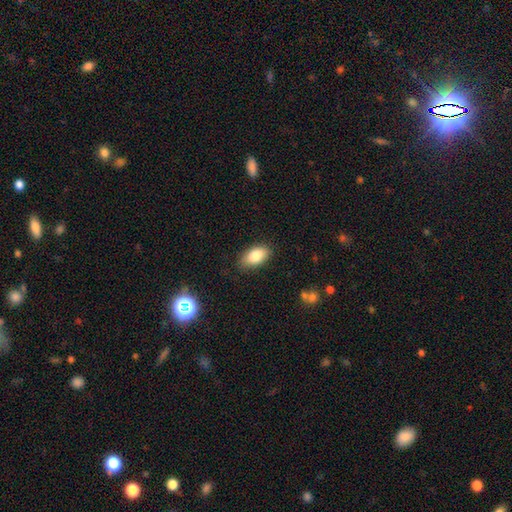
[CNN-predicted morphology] Smooth or featured?
  - smooth: 84% *
  - featured or disk: 9%
  - star or artifact: 7%
How rounded?
  - in between: 93% *
  - round: 4%
  - cigar-shaped: 3%
Merging?
  - none: 83% *
  - minor disturbance: 13%
  - major disturbance: 3%
  - merger: 1%